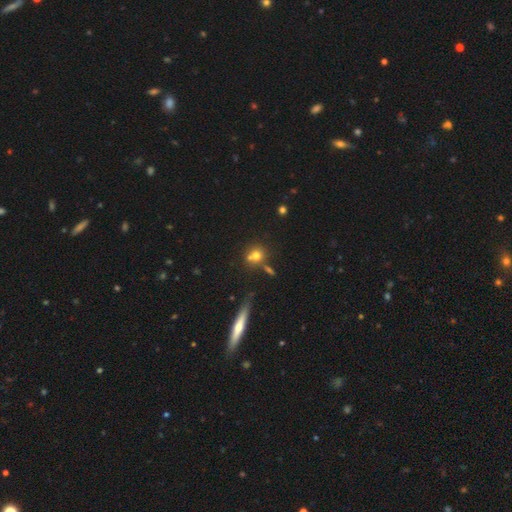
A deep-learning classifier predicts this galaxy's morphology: A smooth galaxy with no disk features (69%) that is round (80%).

Vote fractions:
- Smooth or featured? smooth: 69% / star or artifact: 15% / featured or disk: 15%
- How rounded? round: 80% / in between: 18% / cigar-shaped: 2%
- Merging? none: 50% / merger: 33% / minor disturbance: 12% / major disturbance: 5%